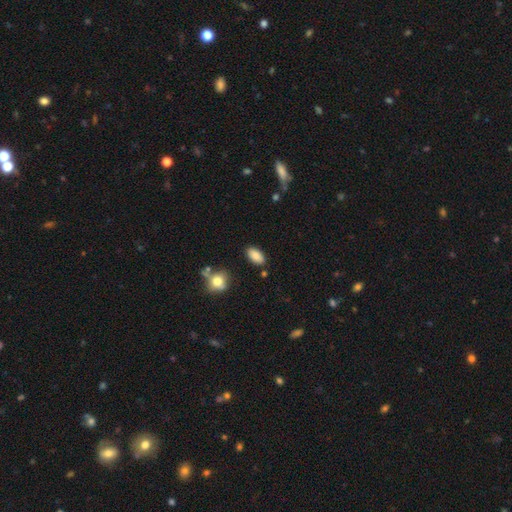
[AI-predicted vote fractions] Smooth or featured: smooth — 86% (star or artifact — 8%)
How rounded: in between — 93% (round — 4%)
Merging: none — 85% (minor disturbance — 10%)